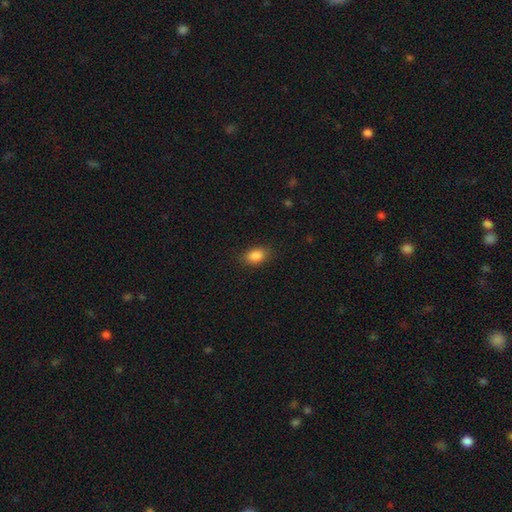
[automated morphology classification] This appears to be a smooth galaxy with no disk features (86%) that is in between round and cigar-shaped (82%). Merging: none (86%).